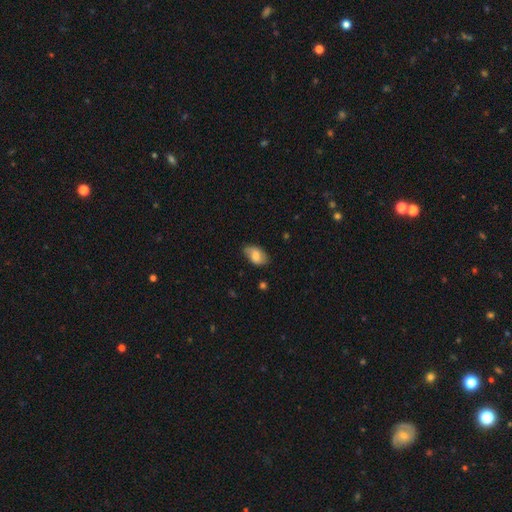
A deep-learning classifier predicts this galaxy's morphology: A smooth galaxy with no disk features (72%) that is in between round and cigar-shaped (91%).

Vote fractions:
- Smooth or featured? smooth: 72% / featured or disk: 21% / star or artifact: 7%
- How rounded? in between: 91% / round: 7% / cigar-shaped: 2%
- Merging? none: 71% / minor disturbance: 24% / major disturbance: 4% / merger: 1%